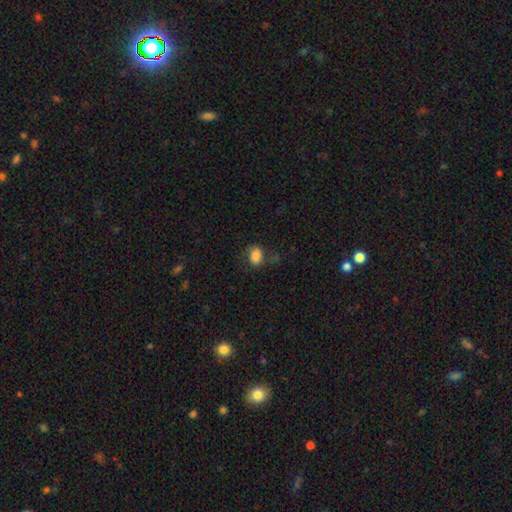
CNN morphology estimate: smooth_or_featured: smooth (p=0.80) [alt: featured or disk p=0.11]
how_rounded: in between (p=0.71) [alt: round p=0.27]
merging: none (p=0.62) [alt: minor disturbance p=0.23]